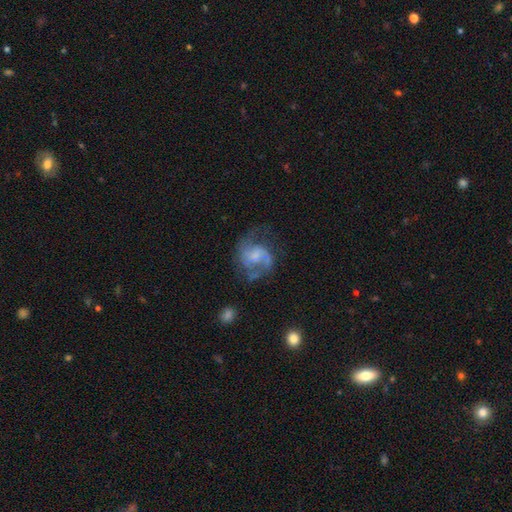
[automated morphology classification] featured or disk 78%, smooth 15%, star or artifact 7%. Down the decision tree: edge-on disk — no (98%); bar — no (48%); spiral arms — yes (91%); spiral arm count — 2 (71%); spiral winding — medium (50%); bulge size — none (34%); merging — none (51%).